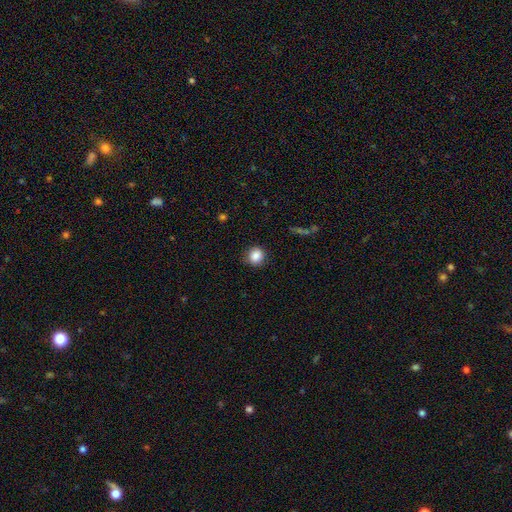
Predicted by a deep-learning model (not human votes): Smooth or featured? Predicted: smooth (p=0.86). How rounded? Predicted: round (p=0.89). Merging? Predicted: none (p=0.87).